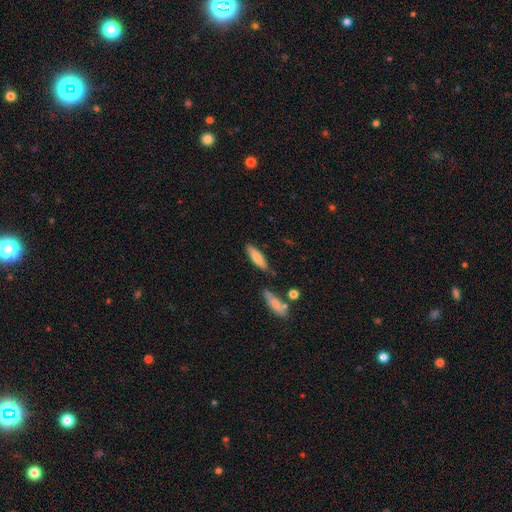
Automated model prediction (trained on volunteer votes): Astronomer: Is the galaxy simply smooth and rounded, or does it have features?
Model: smooth — 75%.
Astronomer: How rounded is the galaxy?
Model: cigar-shaped — 62%.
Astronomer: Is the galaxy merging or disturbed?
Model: none — 79%.